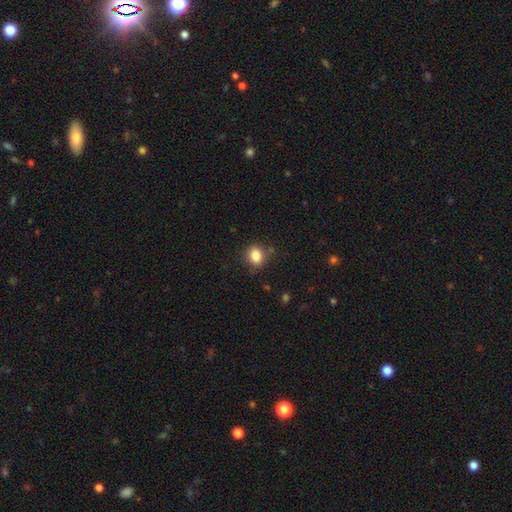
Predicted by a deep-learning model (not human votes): This appears to be a smooth galaxy with no disk features (84%) that is in between round and cigar-shaped (53%). Merging: none (78%).